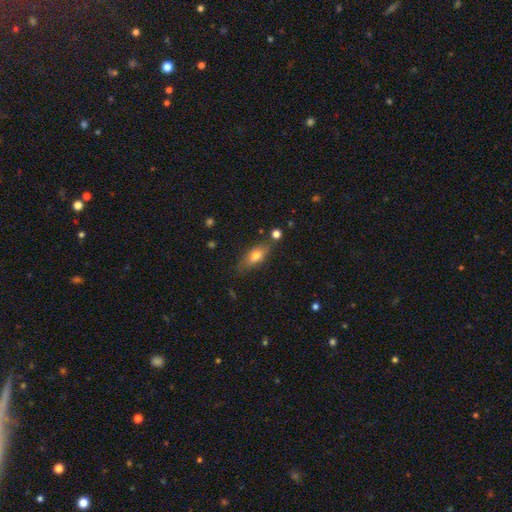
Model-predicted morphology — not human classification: The model was most divided on "smooth or featured": smooth: 72%, featured or disk: 21%, star or artifact: 8%. More confident: how rounded — in between (78%); merging — none (71%).